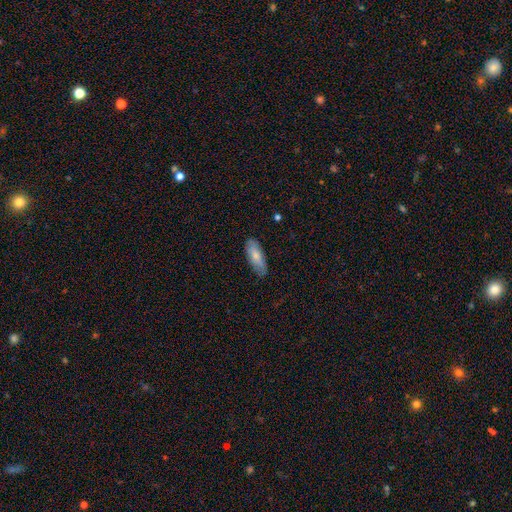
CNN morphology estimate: A smooth galaxy with no disk features (74%) that is in between round and cigar-shaped (72%). Merging: none (77%).